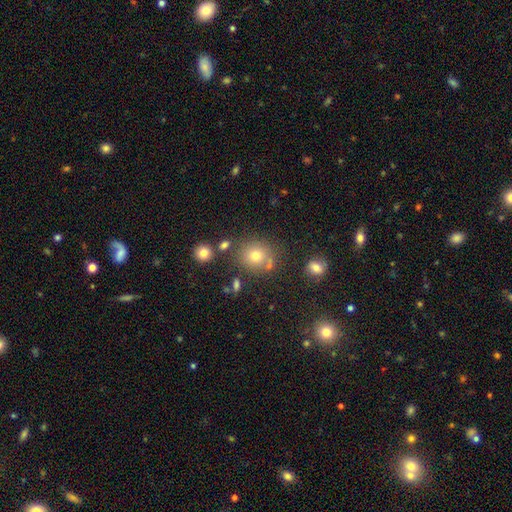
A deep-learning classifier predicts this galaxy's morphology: Q: Smooth or featured?
A: smooth (72%); runner-up: star or artifact (17%)
Q: How rounded?
A: round (82%); runner-up: in between (17%)
Q: Merging?
A: none (72%); runner-up: minor disturbance (12%)